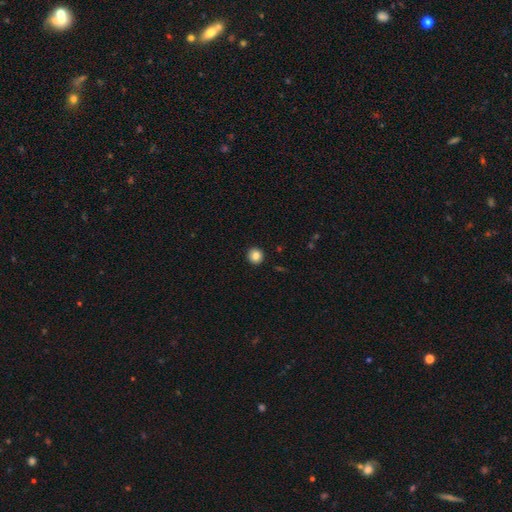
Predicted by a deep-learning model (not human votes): Smooth or featured: smooth — 84% (star or artifact — 10%)
How rounded: round — 94% (in between — 5%)
Merging: none — 93% (minor disturbance — 4%)